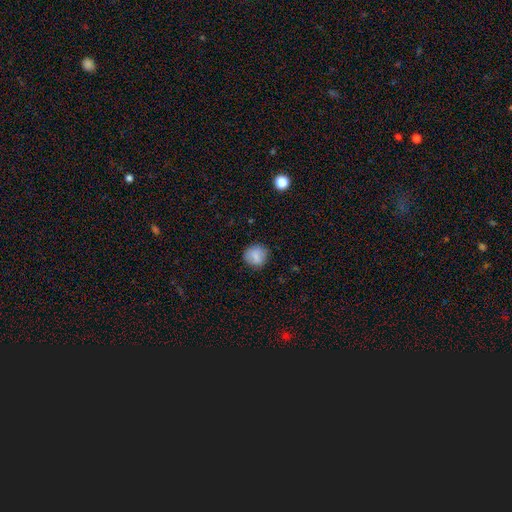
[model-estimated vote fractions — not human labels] smooth-or-featured: smooth: 80% | featured or disk: 11% | star or artifact: 9%
  how-rounded: round: 87% | in between: 12% | cigar-shaped: 1%
  merging: none: 84% | minor disturbance: 12% | major disturbance: 3% | merger: 1%